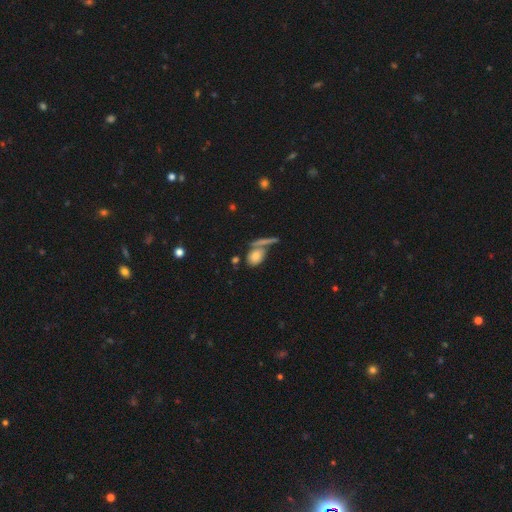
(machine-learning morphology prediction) A smooth galaxy with no disk features (76%) that is in between round and cigar-shaped (54%). Merging: none (52%).